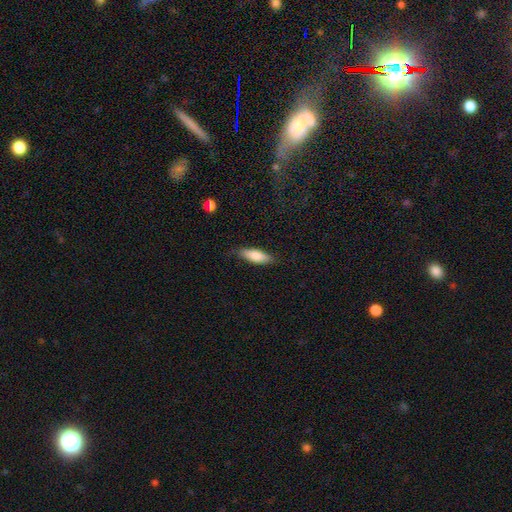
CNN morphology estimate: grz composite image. It shows a smooth galaxy with no disk features (81%) that is in between round and cigar-shaped (63%). Merging: none (80%).